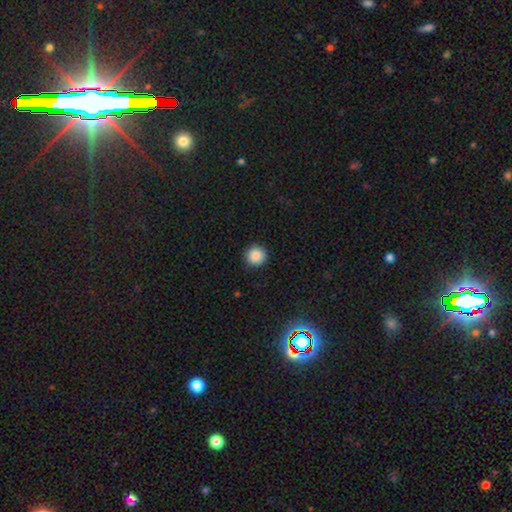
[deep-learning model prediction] Smooth or featured?
  - smooth: 87% *
  - star or artifact: 10%
  - featured or disk: 3%
How rounded?
  - round: 95% *
  - in between: 4%
  - cigar-shaped: 1%
Merging?
  - none: 90% *
  - minor disturbance: 7%
  - major disturbance: 2%
  - merger: 1%